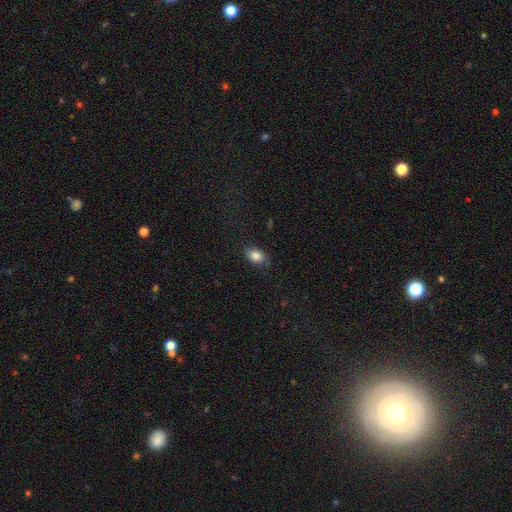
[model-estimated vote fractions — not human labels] Smooth or featured?
  - smooth: 85% *
  - star or artifact: 9%
  - featured or disk: 6%
How rounded?
  - in between: 78% *
  - round: 21%
  - cigar-shaped: 1%
Merging?
  - none: 80% *
  - minor disturbance: 15%
  - major disturbance: 4%
  - merger: 1%